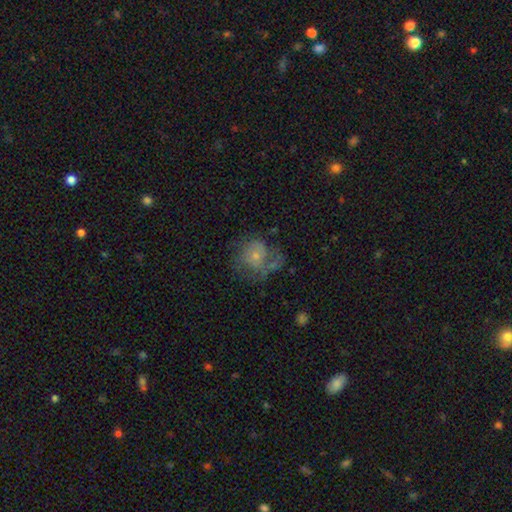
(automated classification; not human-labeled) smooth_or_featured: featured or disk (p=0.51) [alt: smooth p=0.36]
disk_edge_on: no (p=0.97) [alt: yes p=0.03]
merging: none (p=0.46) [alt: major disturbance p=0.28]